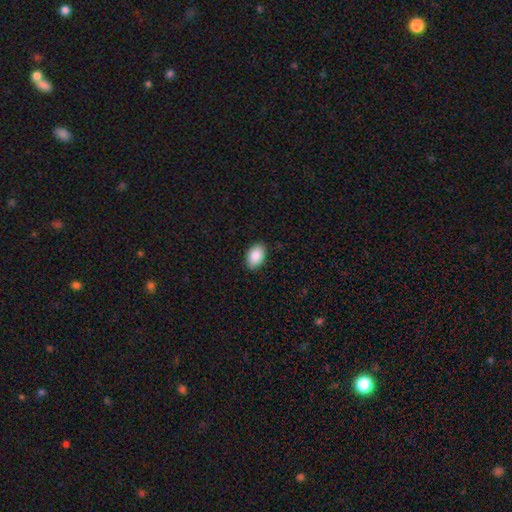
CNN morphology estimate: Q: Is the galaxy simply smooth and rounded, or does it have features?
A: smooth — 89%.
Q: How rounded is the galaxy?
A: in between — 89%.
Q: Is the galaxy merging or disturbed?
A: none — 88%.